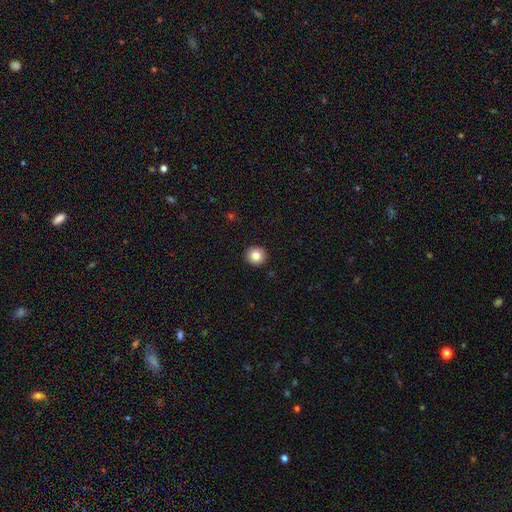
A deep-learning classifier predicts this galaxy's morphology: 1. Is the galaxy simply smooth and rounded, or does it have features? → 84% smooth, 9% star or artifact, 7% featured or disk.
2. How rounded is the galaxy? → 90% round, 9% in between, 1% cigar-shaped.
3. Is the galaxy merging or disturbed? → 93% none, 5% minor disturbance, 1% major disturbance, 1% merger.